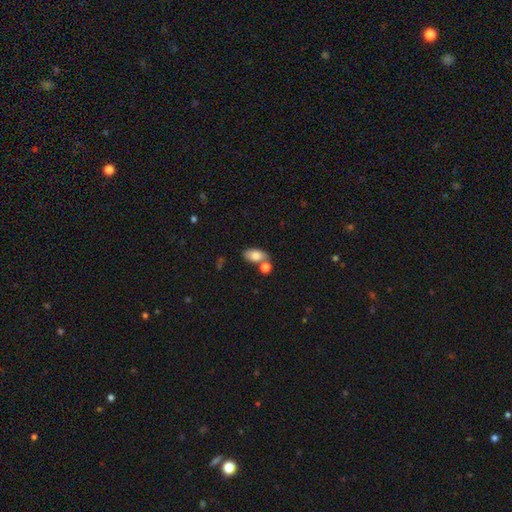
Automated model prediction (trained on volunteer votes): Smooth or featured: smooth — 80% (featured or disk — 13%)
How rounded: in between — 90% (round — 7%)
Merging: none — 54% (merger — 28%)